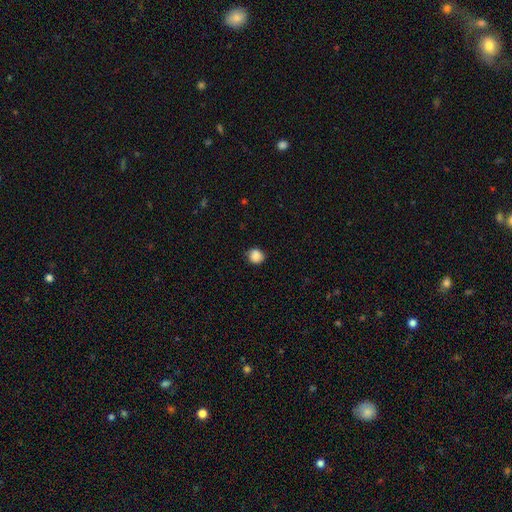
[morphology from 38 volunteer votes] Volunteers were most divided on "merging": none: 71%, minor disturbance: 17%, major disturbance: 6%, merger: 6%. More confident: how rounded — round (94%); smooth or featured — smooth (92%).